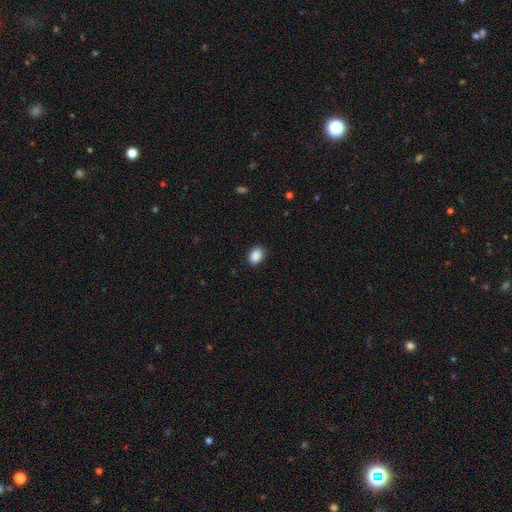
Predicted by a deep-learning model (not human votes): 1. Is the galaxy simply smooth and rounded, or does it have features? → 90% smooth, 8% star or artifact, 3% featured or disk.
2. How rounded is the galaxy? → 80% in between, 19% round, 1% cigar-shaped.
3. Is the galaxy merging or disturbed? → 89% none, 8% minor disturbance, 2% major disturbance, 1% merger.